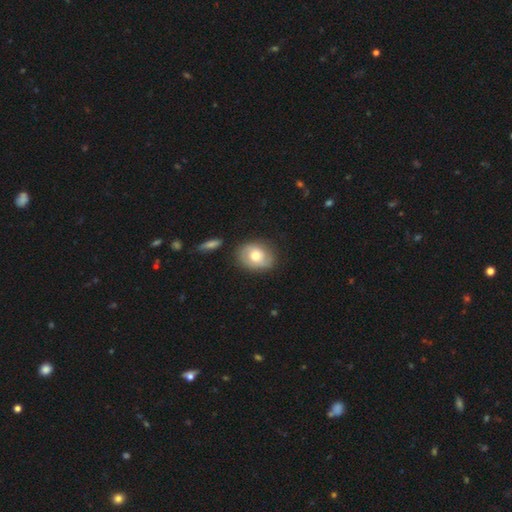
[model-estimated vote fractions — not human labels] Smooth or featured? smooth (56%)
How rounded? in between (61%)
Merging? none (73%)